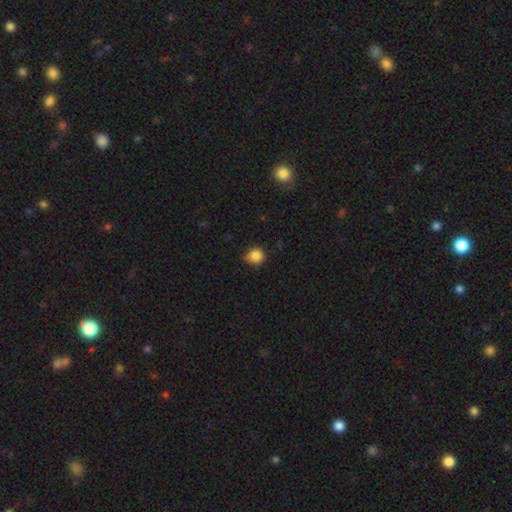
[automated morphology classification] type=smooth (85%); roundness=round (88%); merging=none (74%).